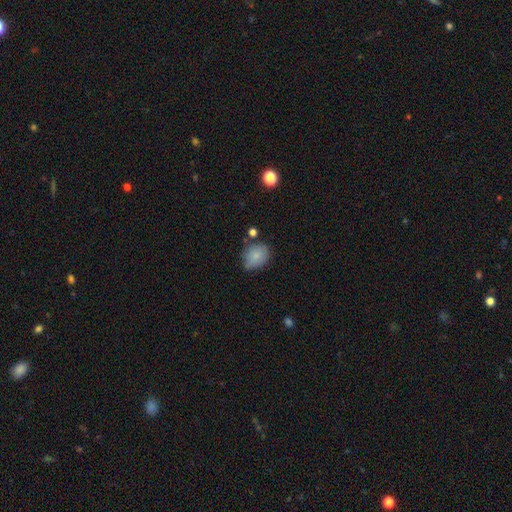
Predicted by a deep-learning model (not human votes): Q: Smooth or featured?
A: smooth (81%); runner-up: featured or disk (10%)
Q: How rounded?
A: in between (53%); runner-up: round (46%)
Q: Merging?
A: none (65%); runner-up: minor disturbance (24%)